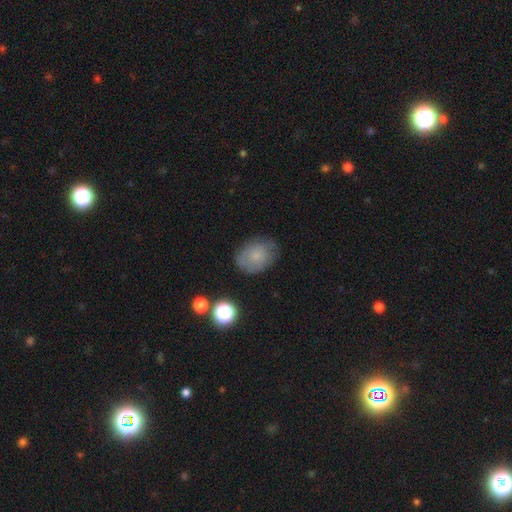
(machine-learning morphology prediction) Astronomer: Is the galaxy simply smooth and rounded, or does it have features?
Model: smooth — 70%.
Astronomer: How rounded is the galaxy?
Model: in between — 61% (runner-up: round, 37%).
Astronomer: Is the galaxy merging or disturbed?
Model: none — 69%.